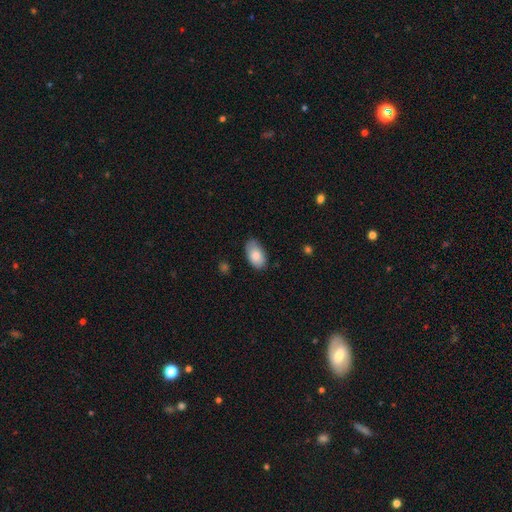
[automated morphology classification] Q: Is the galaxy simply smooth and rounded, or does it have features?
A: smooth — 85%.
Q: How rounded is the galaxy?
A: in between — 94%.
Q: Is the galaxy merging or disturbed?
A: none — 77%.